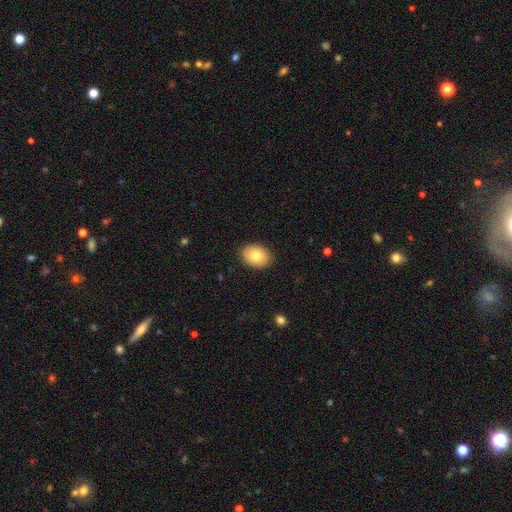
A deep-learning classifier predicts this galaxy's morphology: A smooth galaxy with no disk features (80%) that is in between round and cigar-shaped (73%).

Vote fractions:
- Smooth or featured? smooth: 80% / featured or disk: 13% / star or artifact: 7%
- How rounded? in between: 73% / round: 27% / cigar-shaped: 1%
- Merging? none: 89% / minor disturbance: 8% / major disturbance: 2% / merger: 1%